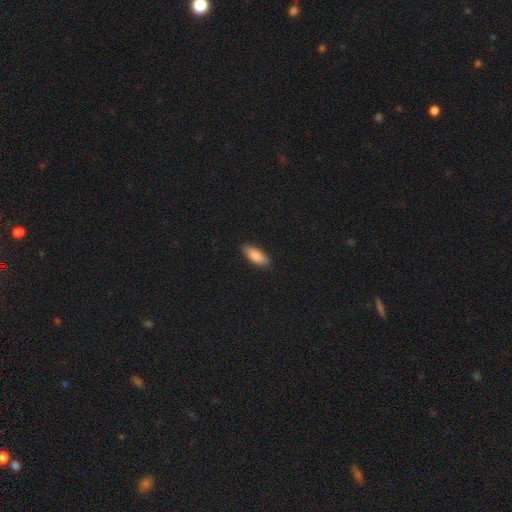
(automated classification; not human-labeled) Overall: smooth (86%). How rounded: in between (75%). Merging: none (88%).